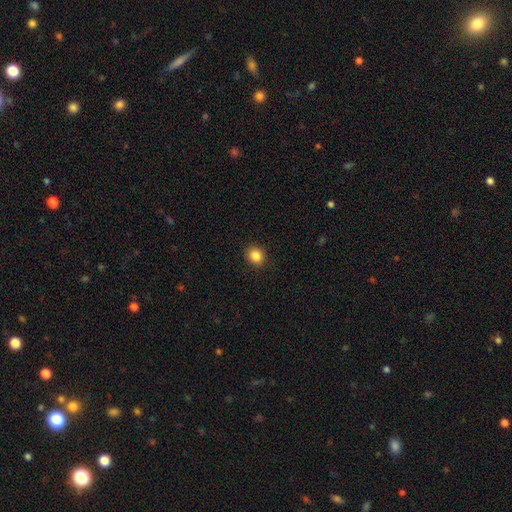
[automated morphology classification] A smooth galaxy with no disk features (85%) that is round (77%).

Vote fractions:
- Smooth or featured? smooth: 85% / star or artifact: 11% / featured or disk: 4%
- How rounded? round: 77% / in between: 22% / cigar-shaped: 1%
- Merging? none: 91% / minor disturbance: 6% / major disturbance: 2% / merger: 1%